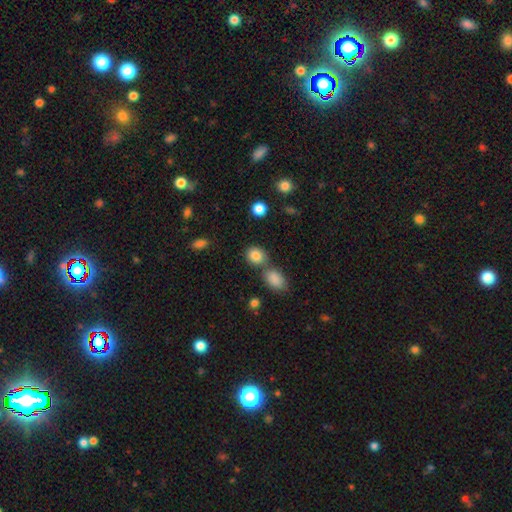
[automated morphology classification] The model was most divided on "how rounded": round: 61%, in between: 37%, cigar-shaped: 1%. More confident: smooth or featured — smooth (85%); merging — none (61%).